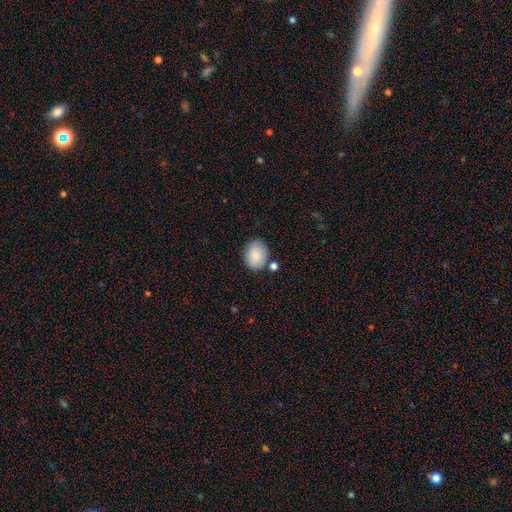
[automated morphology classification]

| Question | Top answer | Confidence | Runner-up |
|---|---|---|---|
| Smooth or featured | smooth | 86% | star or artifact (7%) |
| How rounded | in between | 59% | round (40%) |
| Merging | none | 73% | minor disturbance (15%) |